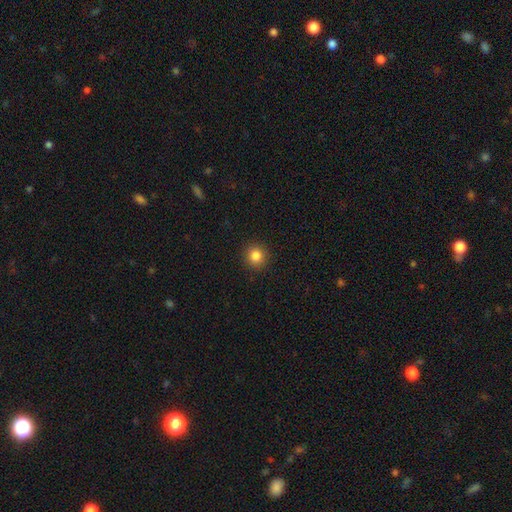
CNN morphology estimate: type=smooth (84%); roundness=round (92%); merging=none (92%).